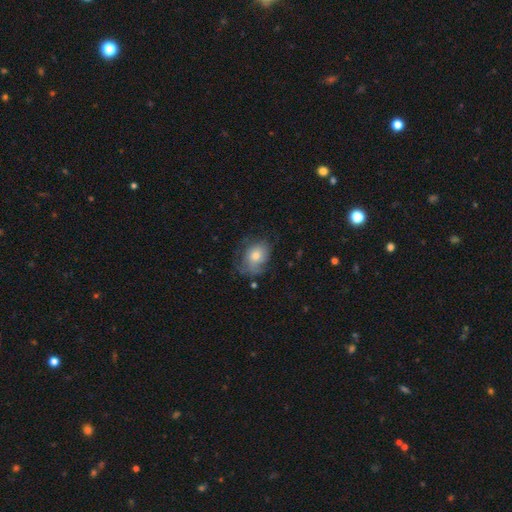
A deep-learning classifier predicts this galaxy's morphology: The model was most divided on "how rounded": in between: 59%, round: 39%, cigar-shaped: 1%. More confident: smooth or featured — smooth (56%); merging — none (51%).